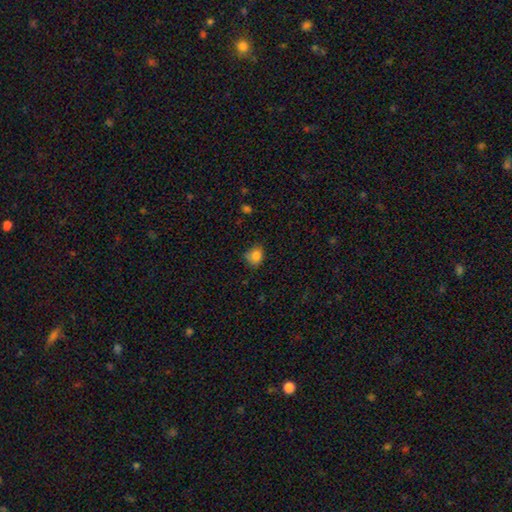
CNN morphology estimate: type=smooth (84%); roundness=round (71%); merging=none (70%).